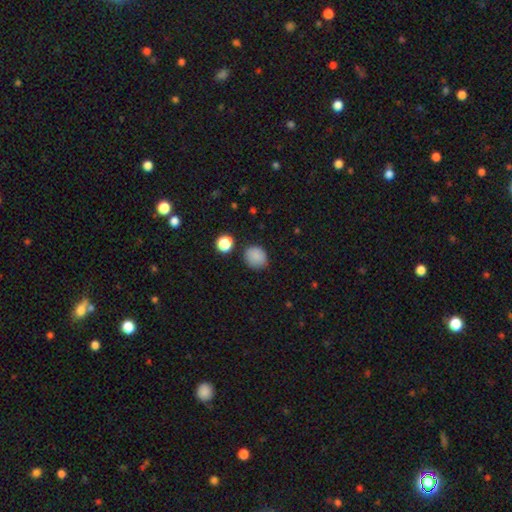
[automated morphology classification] smooth-or-featured: smooth: 85% | star or artifact: 10% | featured or disk: 4%
  how-rounded: round: 80% | in between: 19% | cigar-shaped: 1%
  merging: none: 83% | minor disturbance: 11% | major disturbance: 3% | merger: 3%